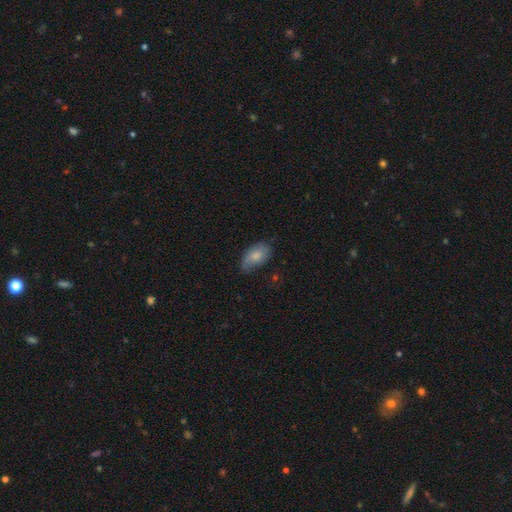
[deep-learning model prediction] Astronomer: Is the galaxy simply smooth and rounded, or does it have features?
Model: smooth — 73%.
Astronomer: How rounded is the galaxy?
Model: in between — 93%.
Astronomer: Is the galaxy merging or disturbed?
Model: none — 59%.